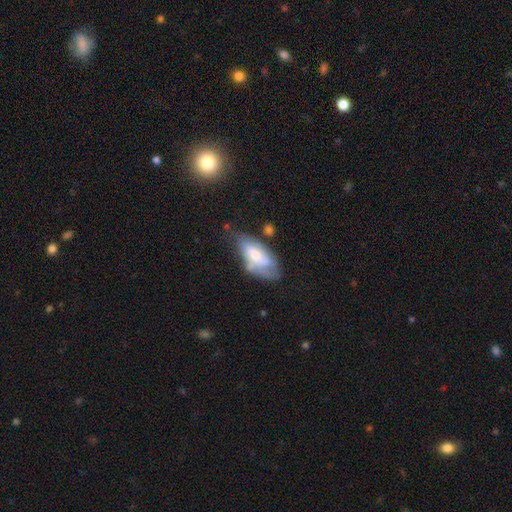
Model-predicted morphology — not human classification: Smooth or featured? smooth (48%)
Merging? none (43%)